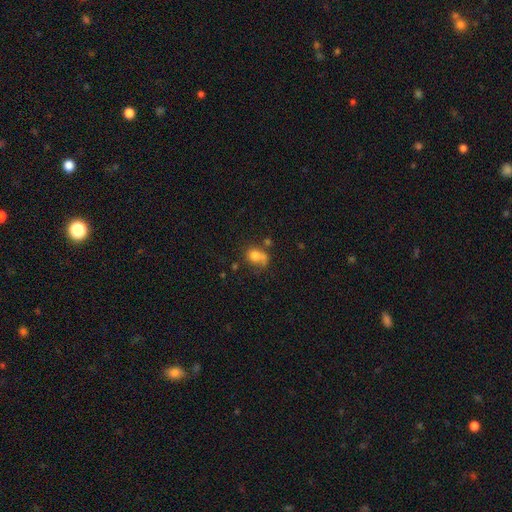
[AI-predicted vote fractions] Smooth or featured? smooth (68%)
How rounded? round (50%)
Merging? none (36%)